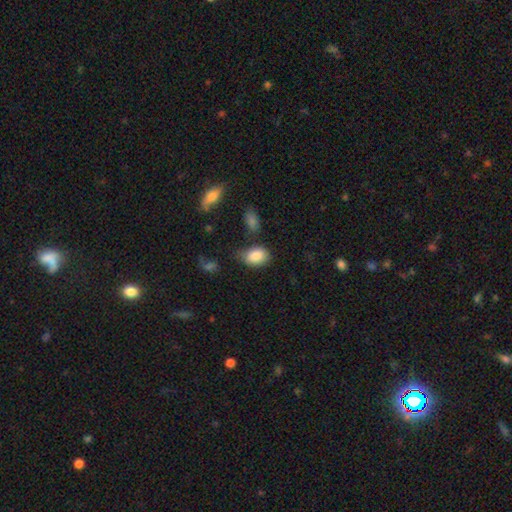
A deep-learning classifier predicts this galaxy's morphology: smooth-or-featured: smooth: 86% | star or artifact: 8% | featured or disk: 7%
  how-rounded: in between: 80% | round: 18% | cigar-shaped: 1%
  merging: none: 59% | minor disturbance: 26% | merger: 7% | major disturbance: 7%